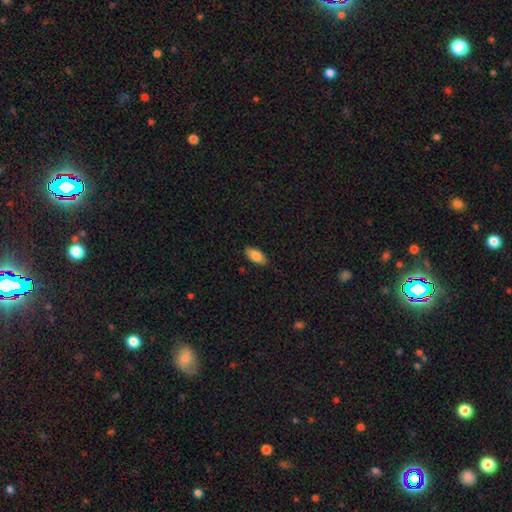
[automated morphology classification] A smooth galaxy with no disk features (85%) that is in between round and cigar-shaped (90%).

Vote fractions:
- Smooth or featured? smooth: 85% / featured or disk: 8% / star or artifact: 7%
- How rounded? in between: 90% / cigar-shaped: 8% / round: 2%
- Merging? none: 86% / minor disturbance: 11% / major disturbance: 2% / merger: 1%